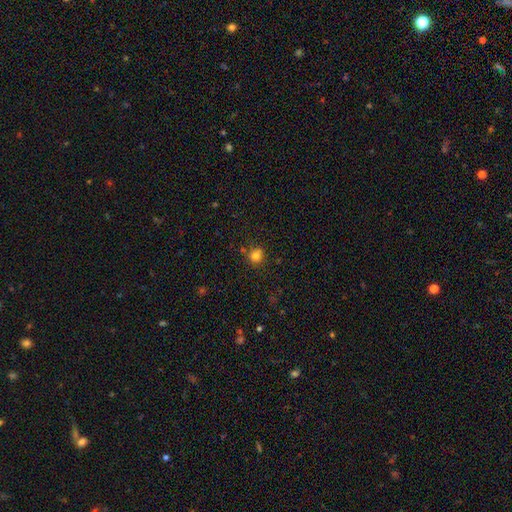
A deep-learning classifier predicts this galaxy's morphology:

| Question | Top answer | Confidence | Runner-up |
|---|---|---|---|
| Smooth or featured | smooth | 79% | star or artifact (14%) |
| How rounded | round | 88% | in between (11%) |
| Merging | none | 79% | minor disturbance (12%) |